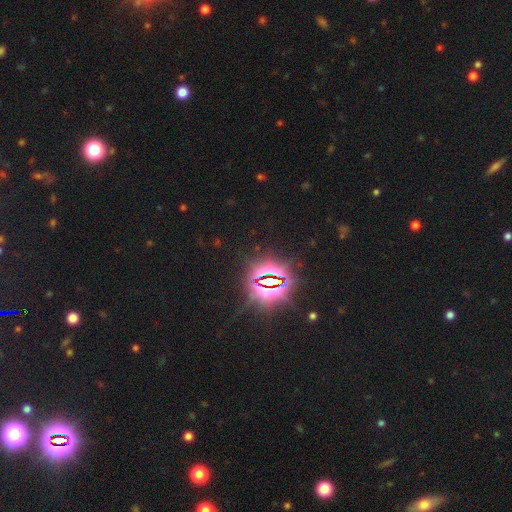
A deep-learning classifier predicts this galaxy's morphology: Overall: star or artifact (83%).